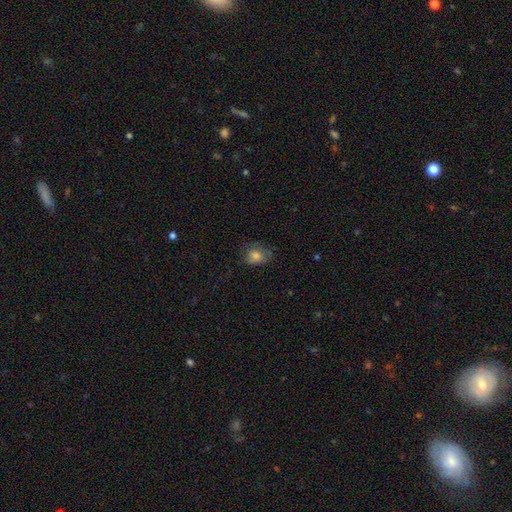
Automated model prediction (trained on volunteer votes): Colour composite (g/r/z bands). It shows a smooth galaxy with no disk features (77%) that is in between round and cigar-shaped (52%). Merging: none (60%).